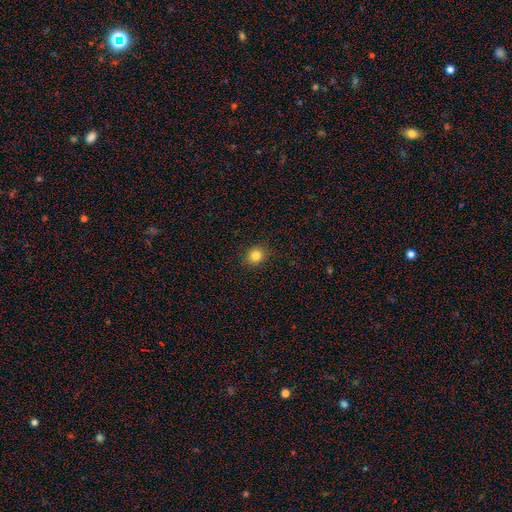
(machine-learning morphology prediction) This is clearly a smooth galaxy (83%). How rounded: likely round (76%). Merging: clearly none (90%).